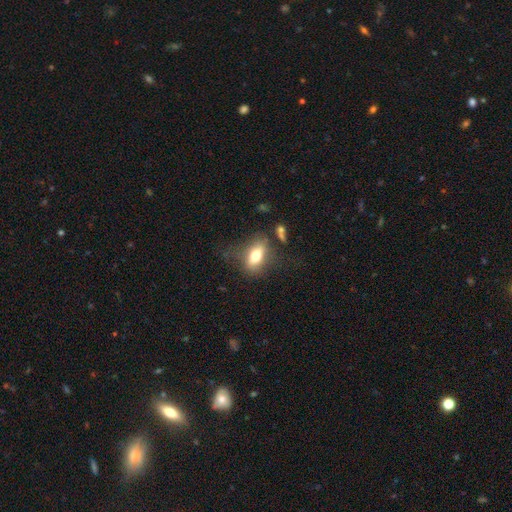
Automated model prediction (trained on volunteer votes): Overall: smooth (67%). How rounded: in between (81%). Merging: none (61%).